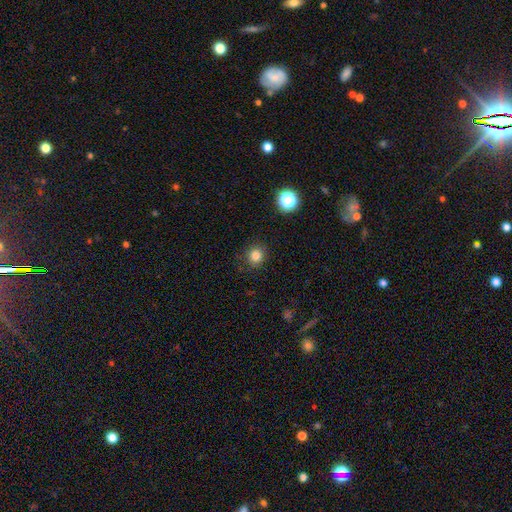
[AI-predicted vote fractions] This appears to be a smooth galaxy with no disk features (82%) that is round (87%). Merging: none (87%).